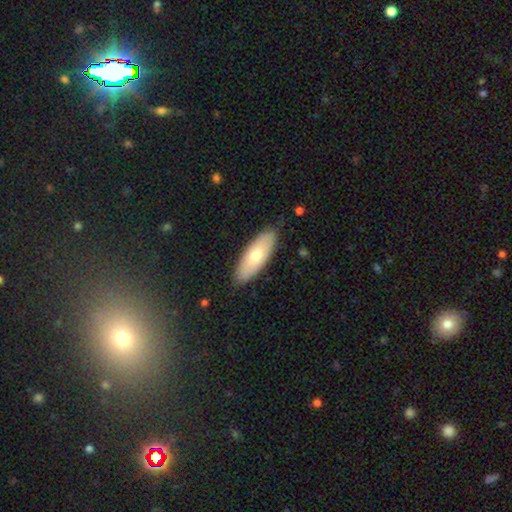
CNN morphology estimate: type=smooth (71%); roundness=in between (71%); merging=none (86%).